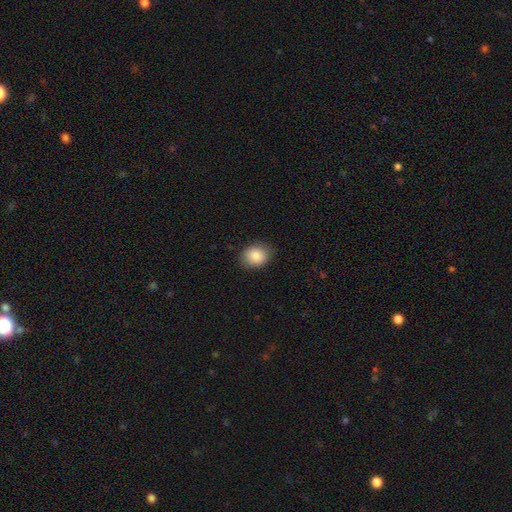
smooth 92%, featured or disk 6%, star or artifact 3%. Down the decision tree: how rounded — in between (52%); merging — none (91%).